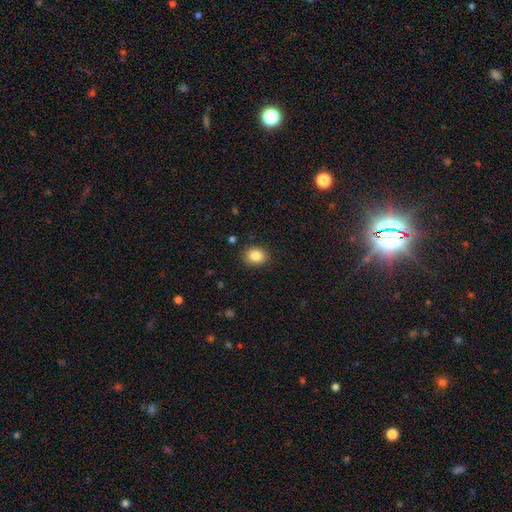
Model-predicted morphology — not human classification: type=smooth (85%); roundness=round (58%); merging=none (88%).